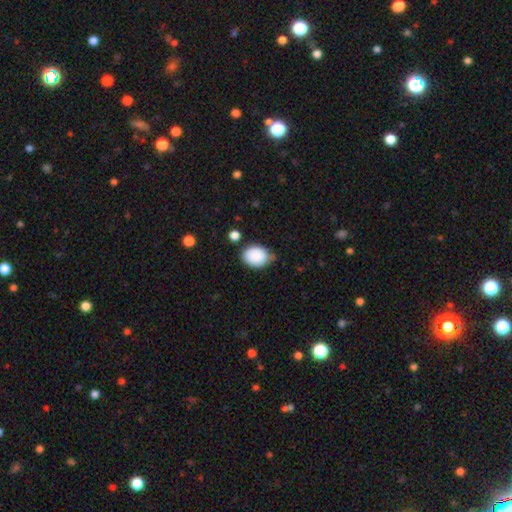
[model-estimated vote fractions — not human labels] This appears to be a smooth galaxy with no disk features (89%) that is in between round and cigar-shaped (61%). Merging: none (66%).